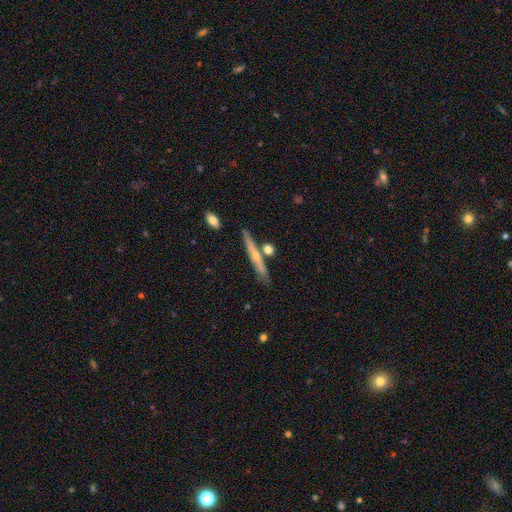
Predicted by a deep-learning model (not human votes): Smooth or featured: featured or disk — 54% (smooth — 39%)
Edge-on disk: yes — 93% (no — 7%)
Edge-on bulge: rounded — 65% (none — 32%)
Merging: none — 77% (minor disturbance — 11%)